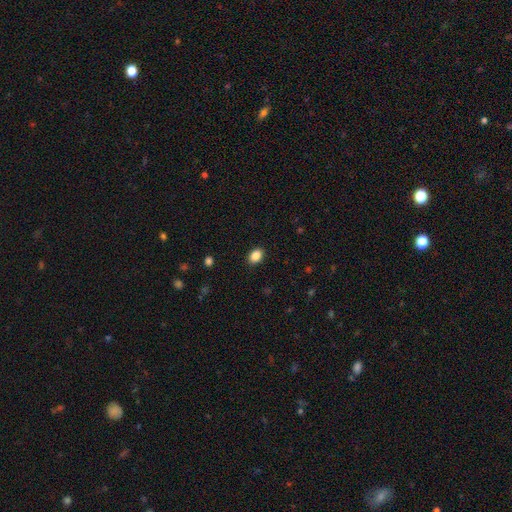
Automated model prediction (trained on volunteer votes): The model was most divided on "how rounded": in between: 74%, round: 25%, cigar-shaped: 1%. More confident: merging — none (90%); smooth or featured — smooth (87%).